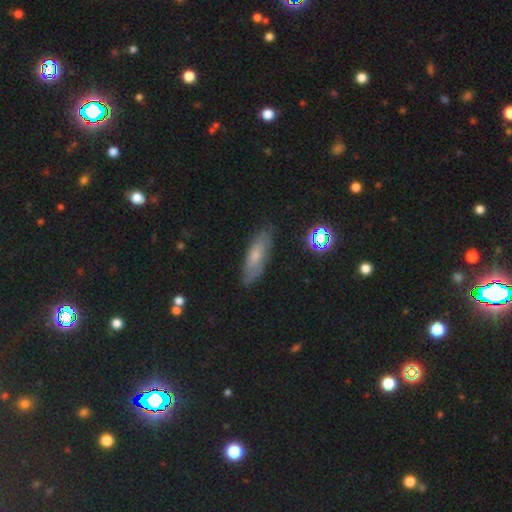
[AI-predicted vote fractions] Overall: smooth (60%; featured or disk 30%). How rounded: in between (51%; cigar-shaped 46%). Merging: none (82%).